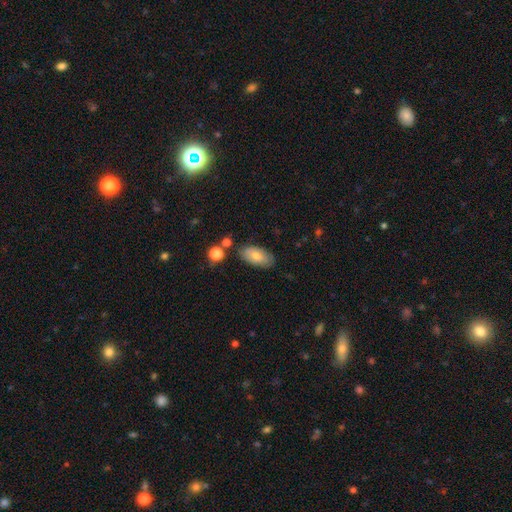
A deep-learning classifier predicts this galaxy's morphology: Overall: smooth (74%). How rounded: in between (92%). Merging: none (77%).